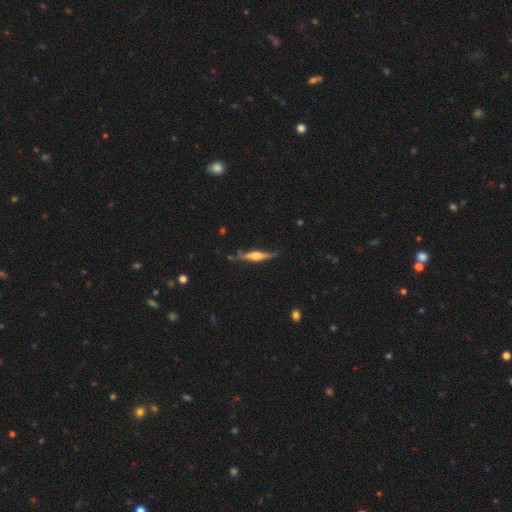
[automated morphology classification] featured or disk 72%, smooth 22%, star or artifact 6%. Down the decision tree: edge-on disk — yes (97%); edge-on bulge — rounded (82%); merging — none (79%).